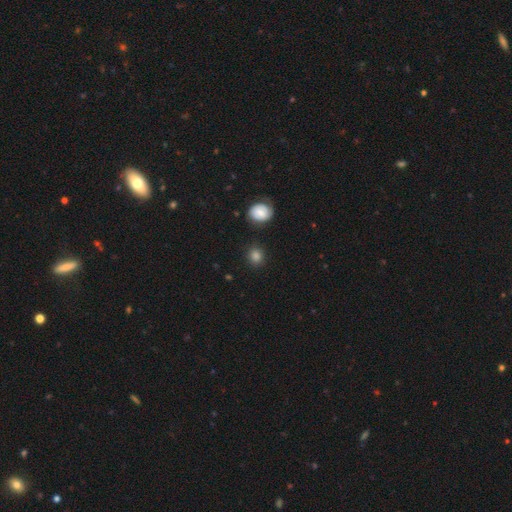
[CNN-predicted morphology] This appears to be a smooth galaxy with no disk features (84%) that is round (79%). Merging: none (86%).